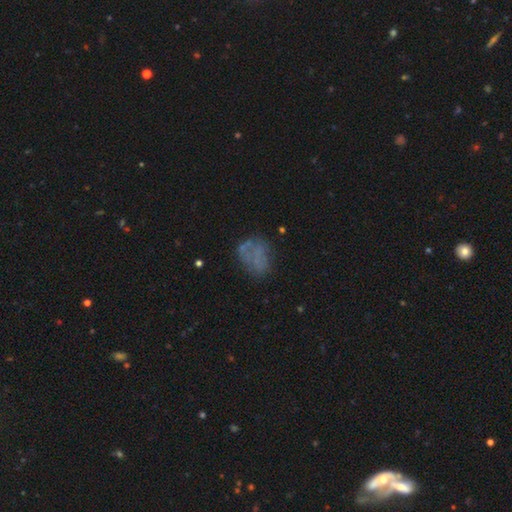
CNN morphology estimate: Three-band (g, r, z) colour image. It shows a smooth galaxy with no disk features (43%). Merging: none (53%).